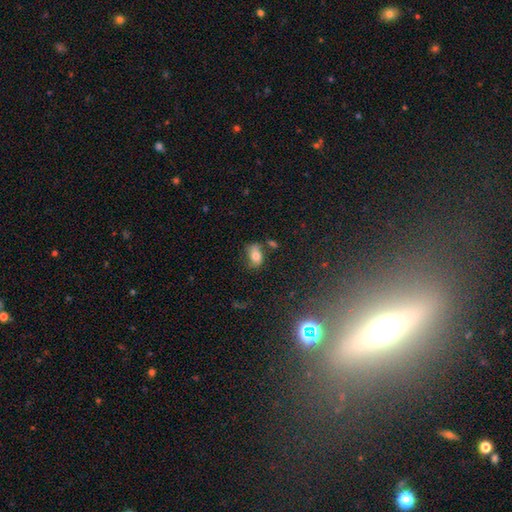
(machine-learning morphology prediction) Smooth or featured? smooth (70%)
How rounded? in between (85%)
Merging? none (57%)